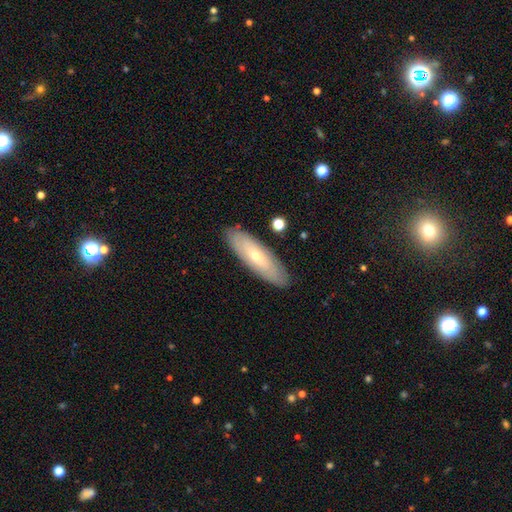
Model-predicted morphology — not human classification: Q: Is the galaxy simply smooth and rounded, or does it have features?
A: smooth — 52%.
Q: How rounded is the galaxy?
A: in between — 50%.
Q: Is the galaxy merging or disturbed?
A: none — 88%.